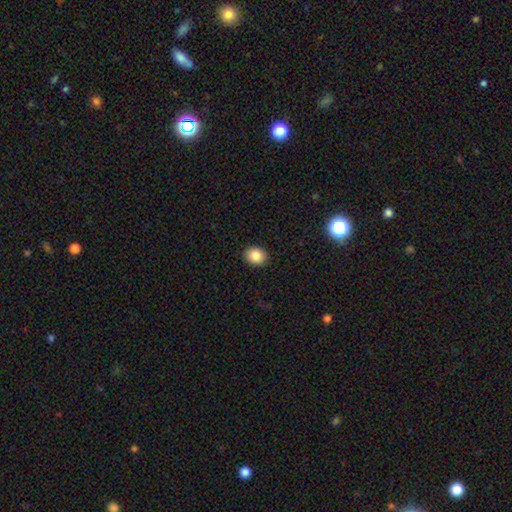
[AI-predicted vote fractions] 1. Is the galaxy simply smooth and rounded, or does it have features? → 85% smooth, 9% star or artifact, 6% featured or disk.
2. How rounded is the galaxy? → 60% round, 39% in between, 1% cigar-shaped.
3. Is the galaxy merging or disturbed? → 91% none, 6% minor disturbance, 2% major disturbance, 1% merger.